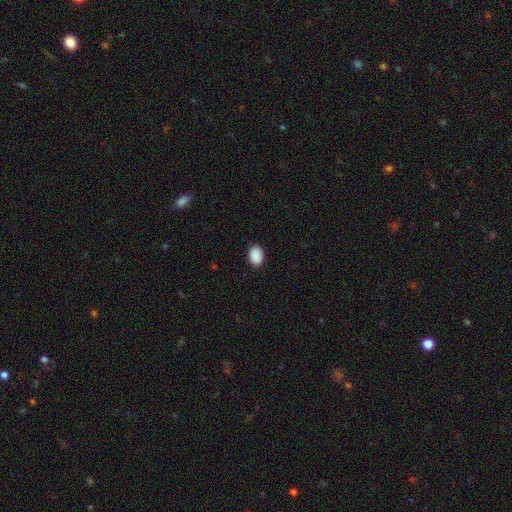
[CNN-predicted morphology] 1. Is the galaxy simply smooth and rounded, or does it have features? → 91% smooth, 7% star or artifact, 2% featured or disk.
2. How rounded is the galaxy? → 85% in between, 14% round, 1% cigar-shaped.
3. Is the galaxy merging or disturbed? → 88% none, 9% minor disturbance, 2% major disturbance, 1% merger.